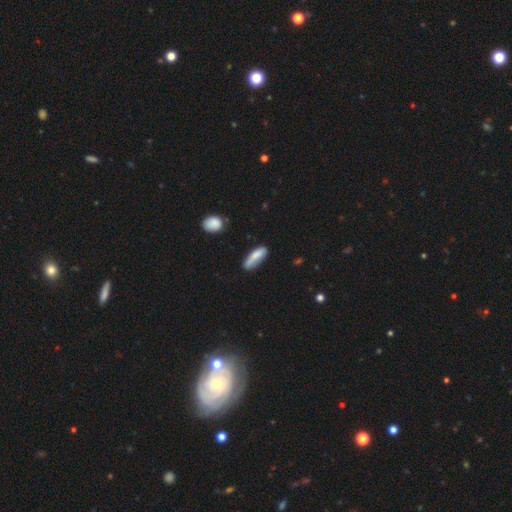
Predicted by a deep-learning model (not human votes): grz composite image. It shows a smooth galaxy with no disk features (78%) that is cigar-shaped (49%, tied with in between). Merging: none (58%).